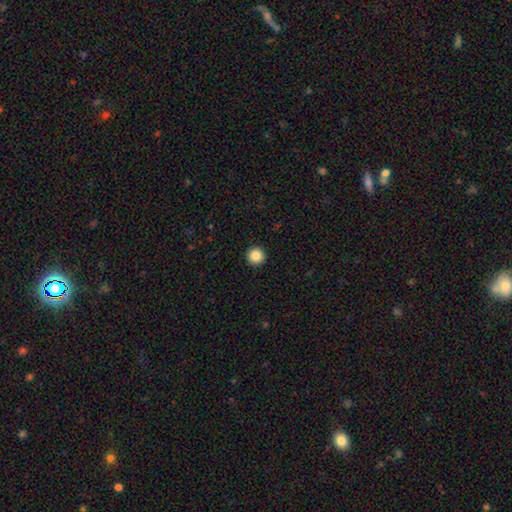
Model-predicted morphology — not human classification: This appears to be a smooth galaxy with no disk features (87%) that is round (97%). Merging: none (94%).